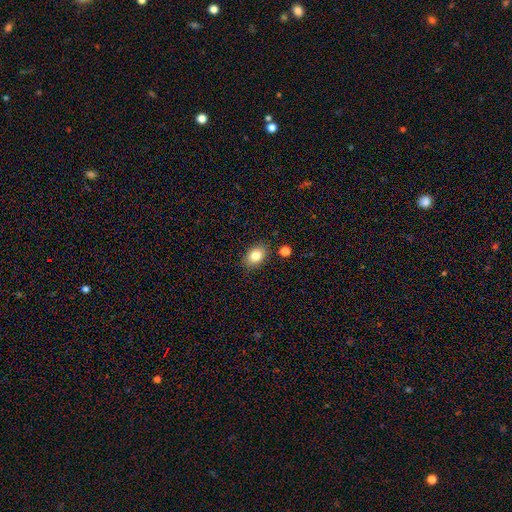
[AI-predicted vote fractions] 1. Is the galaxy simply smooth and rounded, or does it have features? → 83% smooth, 9% star or artifact, 8% featured or disk.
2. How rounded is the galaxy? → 79% in between, 20% round, 1% cigar-shaped.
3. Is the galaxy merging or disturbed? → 85% none, 10% minor disturbance, 3% merger, 2% major disturbance.